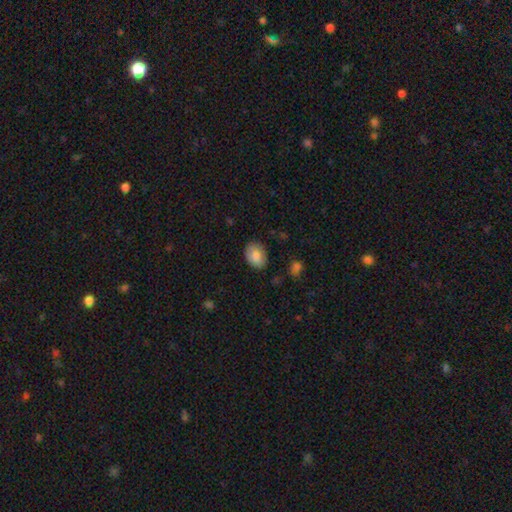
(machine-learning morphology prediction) A smooth galaxy with no disk features (83%) that is in between round and cigar-shaped (77%).

Vote fractions:
- Smooth or featured? smooth: 83% / featured or disk: 10% / star or artifact: 7%
- How rounded? in between: 77% / round: 22% / cigar-shaped: 1%
- Merging? none: 83% / minor disturbance: 13% / major disturbance: 3% / merger: 1%